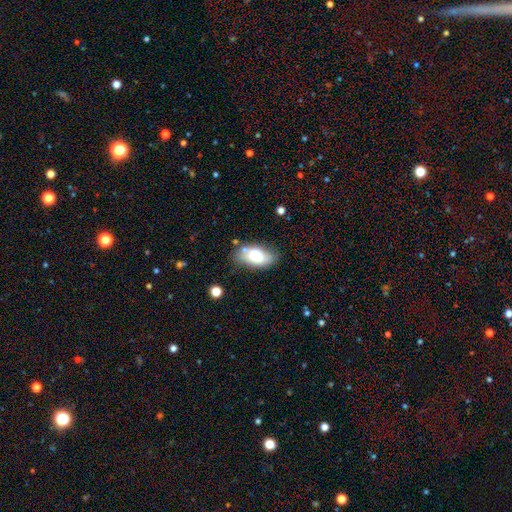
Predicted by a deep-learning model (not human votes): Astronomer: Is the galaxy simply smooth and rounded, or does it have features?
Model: smooth — 74%.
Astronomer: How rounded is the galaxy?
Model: in between — 92%.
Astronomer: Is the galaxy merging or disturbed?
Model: none — 63%.